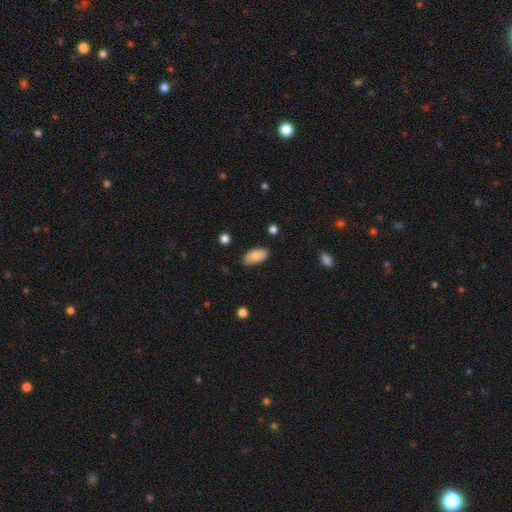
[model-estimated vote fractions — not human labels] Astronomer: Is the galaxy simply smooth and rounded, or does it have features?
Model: smooth — 86%.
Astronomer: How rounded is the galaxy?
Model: in between — 93%.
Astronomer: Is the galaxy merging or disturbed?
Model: none — 82%.